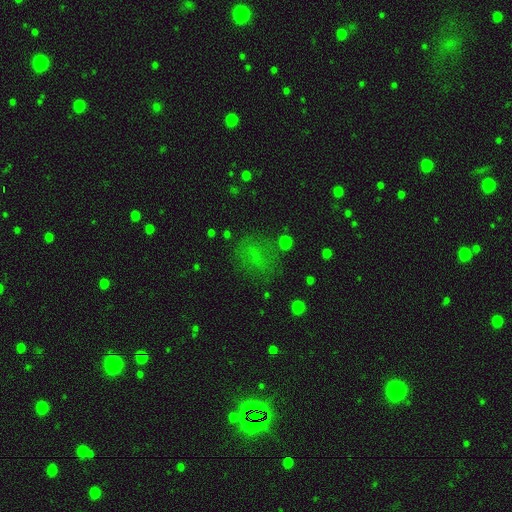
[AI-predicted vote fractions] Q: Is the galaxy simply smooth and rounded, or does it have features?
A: smooth — 53%.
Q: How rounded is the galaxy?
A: in between — 51%.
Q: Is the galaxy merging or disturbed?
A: none — 63%.